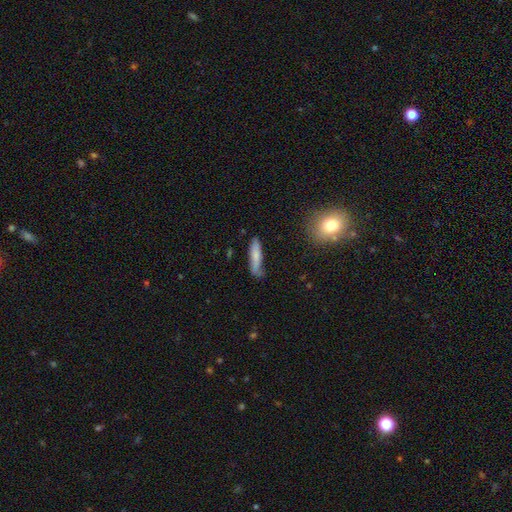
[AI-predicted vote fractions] This is likely a smooth galaxy (74%). How rounded: likely cigar-shaped (71%). Merging: likely none (66%).